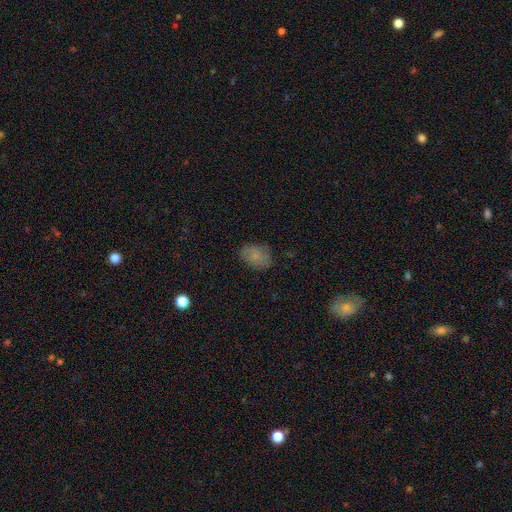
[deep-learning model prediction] smooth 70%, featured or disk 20%, star or artifact 10%. Down the decision tree: how rounded — in between (69%); merging — none (76%).